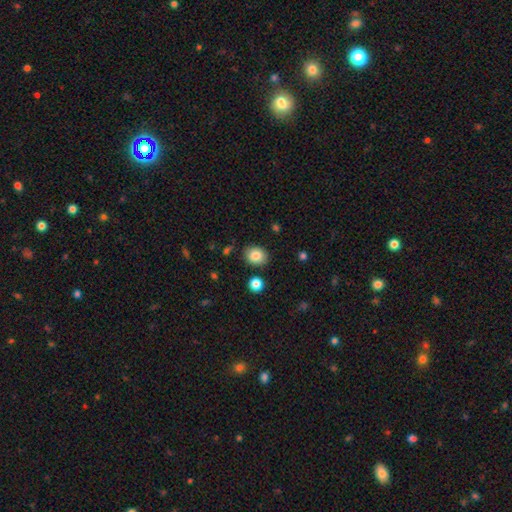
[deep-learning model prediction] This is clearly a smooth galaxy (85%). How rounded: possibly round (60%). Merging: clearly none (85%).